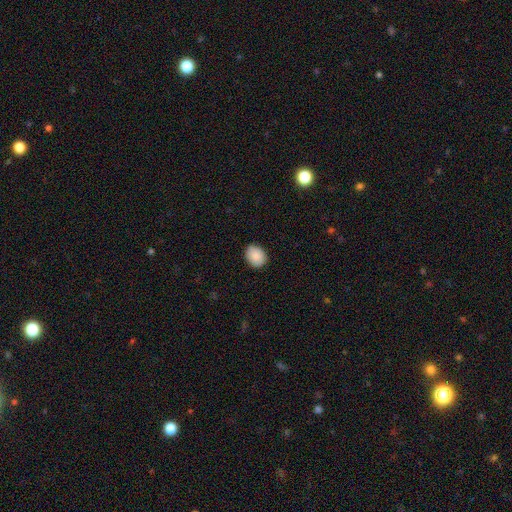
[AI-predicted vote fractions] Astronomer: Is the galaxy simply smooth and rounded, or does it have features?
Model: smooth — 89%.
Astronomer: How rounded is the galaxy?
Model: in between — 54% (runner-up: round, 45%).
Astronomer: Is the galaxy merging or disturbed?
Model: none — 88%.